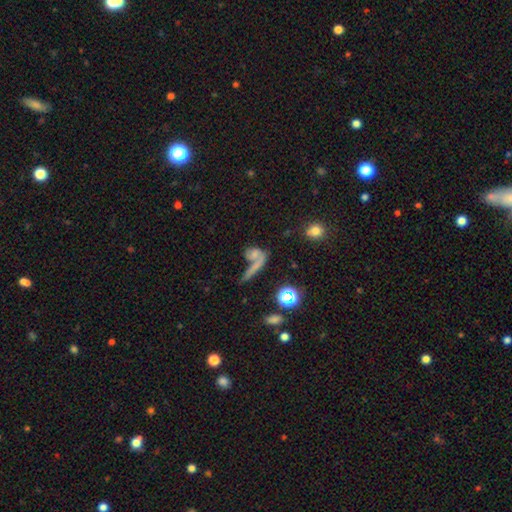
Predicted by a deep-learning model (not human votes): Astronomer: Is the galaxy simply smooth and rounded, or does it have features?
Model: smooth — 52% (runner-up: featured or disk, 30%).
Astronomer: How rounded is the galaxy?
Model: in between — 49% (runner-up: round, 29%).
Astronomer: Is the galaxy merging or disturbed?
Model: merger — 48% (runner-up: none, 27%).